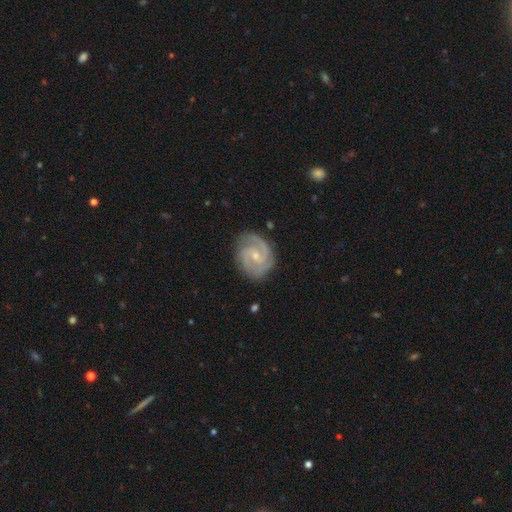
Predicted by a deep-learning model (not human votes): A featured or disk galaxy (90%) with a weak bar (48%), 2 (70%) medium (47%) spiral arms (98%) and a small central bulge (65%).

Vote fractions:
- Smooth or featured? featured or disk: 90% / smooth: 6% / star or artifact: 4%
- Edge-on disk? no: 98% / yes: 2%
- Bar? weak: 48% / no: 43% / strong: 10%
- Spiral arms? yes: 98% / no: 2%
- Spiral winding? medium: 47% / tight: 45% / loose: 8%
- Spiral arm count? 2: 70% / 3: 17% / can't tell: 6% / 1: 3% / 4: 2% / more than 4: 2%
- Bulge size? small: 65% / moderate: 31% / none: 2% / large: 1% / dominant: 1%
- Merging? none: 80% / minor disturbance: 15% / major disturbance: 4% / merger: 1%